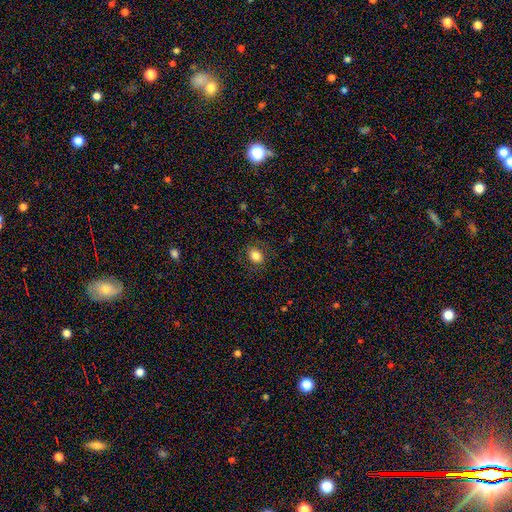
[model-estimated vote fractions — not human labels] smooth_or_featured: smooth (p=0.81) [alt: featured or disk p=0.10]
how_rounded: in between (p=0.58) [alt: round p=0.40]
merging: none (p=0.83) [alt: minor disturbance p=0.11]